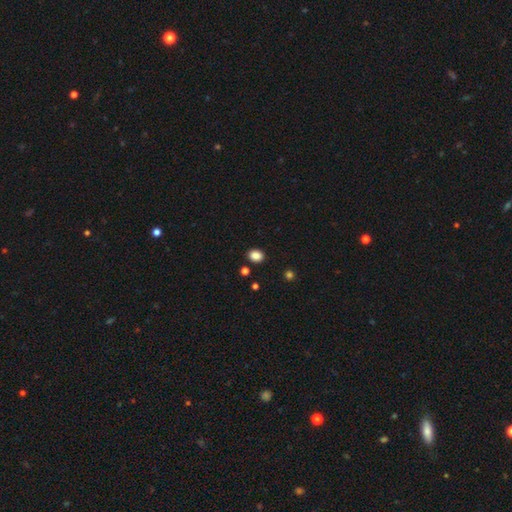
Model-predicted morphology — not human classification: The model was most divided on "how rounded": in between: 52%, round: 47%, cigar-shaped: 1%. More confident: merging — none (88%); smooth or featured — smooth (86%).